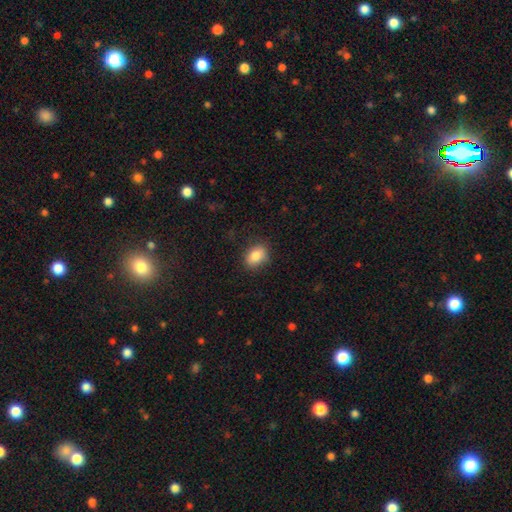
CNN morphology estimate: A smooth galaxy with no disk features (85%) that is in between round and cigar-shaped (74%). Merging: none (80%).